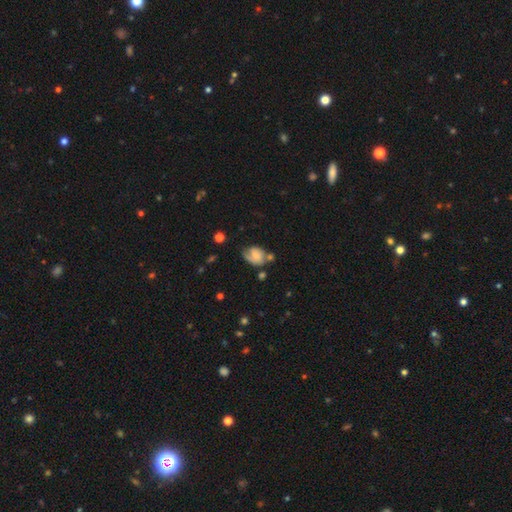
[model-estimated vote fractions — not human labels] Overall: smooth (48%; featured or disk 43%). Merging: none (40%; minor disturbance 31%).